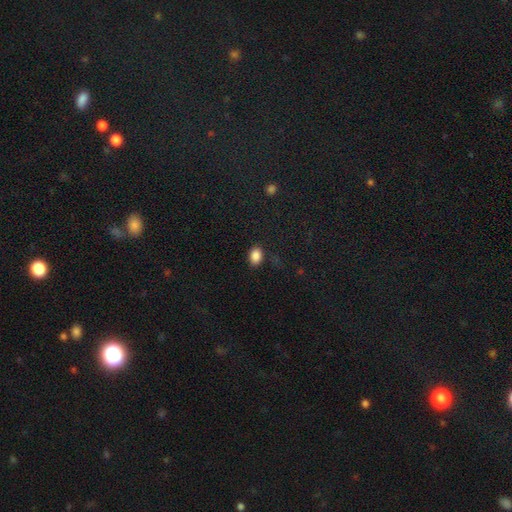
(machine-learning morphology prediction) Smooth or featured?
  - smooth: 86% *
  - star or artifact: 10%
  - featured or disk: 4%
How rounded?
  - in between: 75% *
  - round: 24%
  - cigar-shaped: 1%
Merging?
  - none: 82% *
  - minor disturbance: 13%
  - major disturbance: 3%
  - merger: 1%